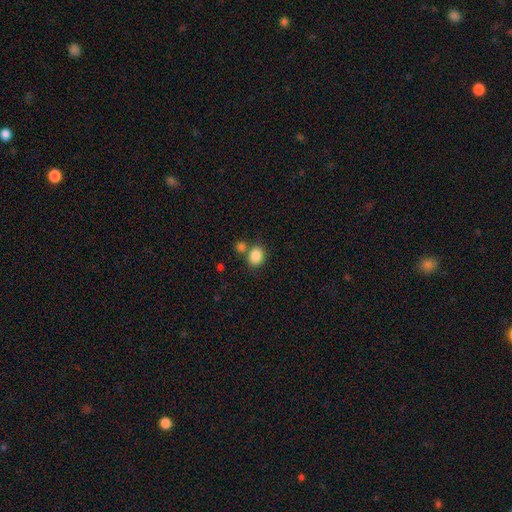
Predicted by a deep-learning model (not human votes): Q: Smooth or featured?
A: smooth (86%); runner-up: star or artifact (9%)
Q: How rounded?
A: round (53%); runner-up: in between (46%)
Q: Merging?
A: none (64%); runner-up: merger (22%)